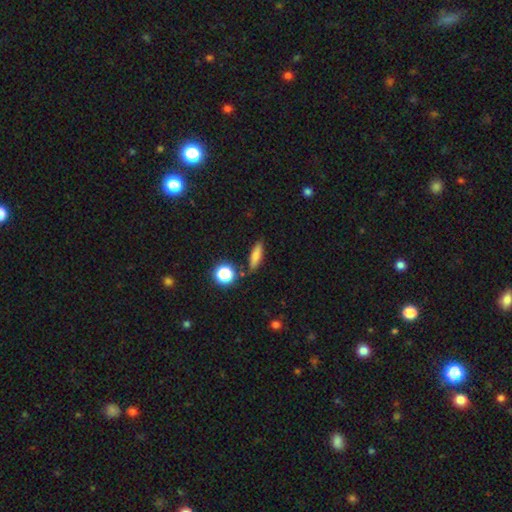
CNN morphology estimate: Q: Smooth or featured?
A: smooth (75%); runner-up: featured or disk (13%)
Q: How rounded?
A: cigar-shaped (57%); runner-up: in between (37%)
Q: Merging?
A: none (82%); runner-up: minor disturbance (12%)